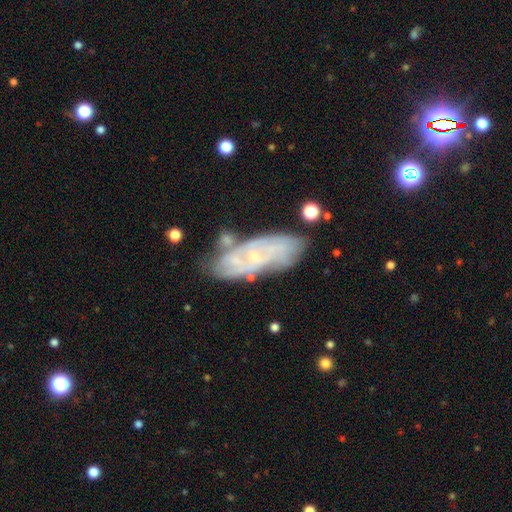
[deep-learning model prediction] Smooth or featured? featured or disk (70%)
Edge-on disk? no (88%)
Bar? no (68%)
Spiral arms? yes (78%)
Bulge size? small (78%)
Merging? none (64%)